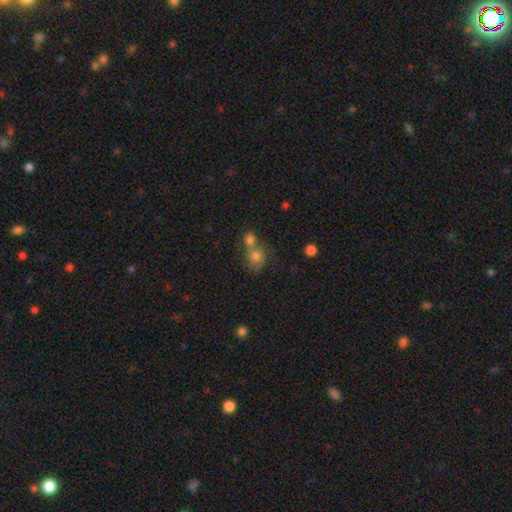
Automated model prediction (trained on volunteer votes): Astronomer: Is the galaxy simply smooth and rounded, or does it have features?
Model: smooth — 75%.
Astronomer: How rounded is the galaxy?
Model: round — 75%.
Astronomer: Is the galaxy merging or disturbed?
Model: merger — 49% (runner-up: none, 37%).